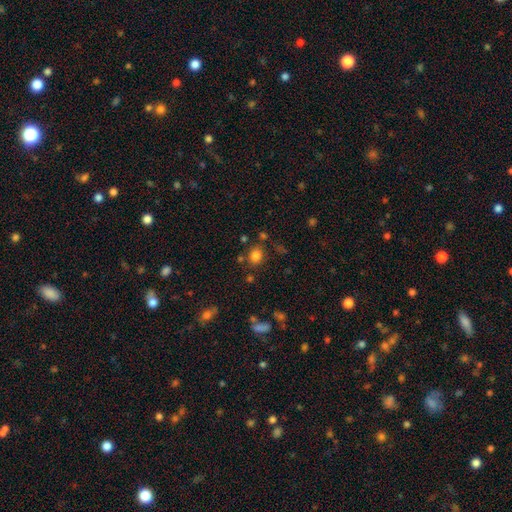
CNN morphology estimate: Smooth or featured? Predicted: smooth (p=0.80). How rounded? Predicted: round (p=0.60). Merging? Predicted: none (p=0.78).